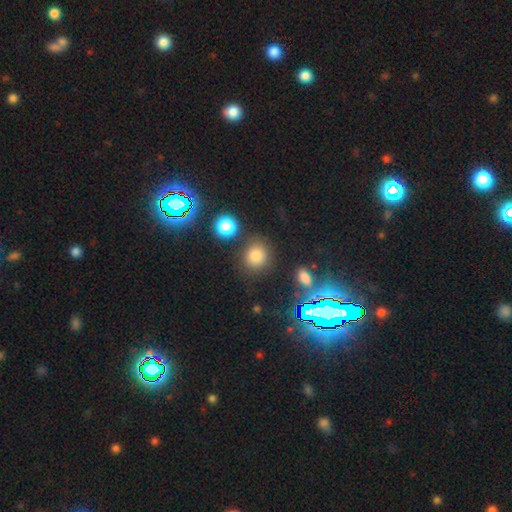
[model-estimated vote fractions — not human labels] smooth_or_featured: smooth (p=0.76) [alt: star or artifact p=0.17]
how_rounded: round (p=0.81) [alt: in between p=0.18]
merging: none (p=0.77) [alt: minor disturbance p=0.11]